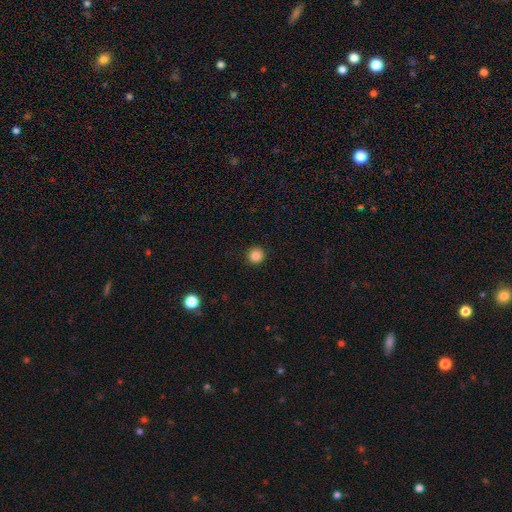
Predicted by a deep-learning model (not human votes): Q: Smooth or featured?
A: smooth (85%); runner-up: star or artifact (11%)
Q: How rounded?
A: round (95%); runner-up: in between (4%)
Q: Merging?
A: none (93%); runner-up: minor disturbance (5%)